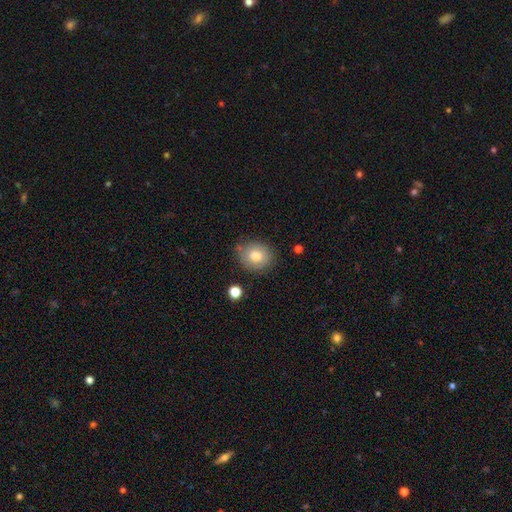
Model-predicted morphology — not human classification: This appears to be a smooth galaxy with no disk features (79%) that is round (66%). Merging: none (75%).